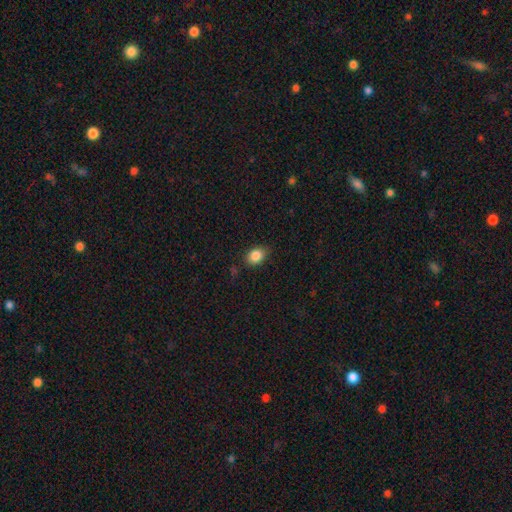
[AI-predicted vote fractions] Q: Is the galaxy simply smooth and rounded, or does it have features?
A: smooth — 86%.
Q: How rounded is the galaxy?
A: in between — 62%.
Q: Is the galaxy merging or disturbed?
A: none — 82%.